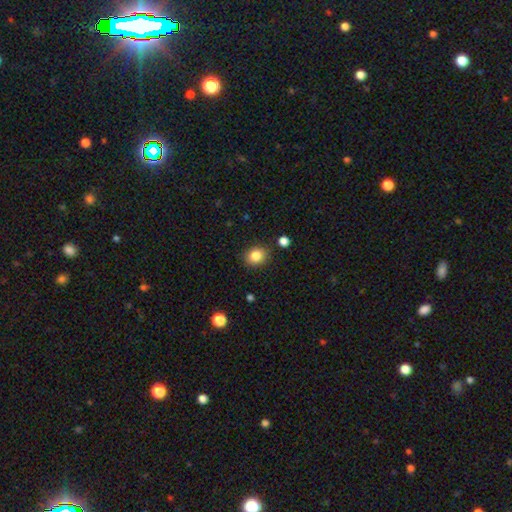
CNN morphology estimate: Q: Smooth or featured?
A: smooth (84%); runner-up: star or artifact (10%)
Q: How rounded?
A: round (65%); runner-up: in between (34%)
Q: Merging?
A: none (87%); runner-up: minor disturbance (9%)